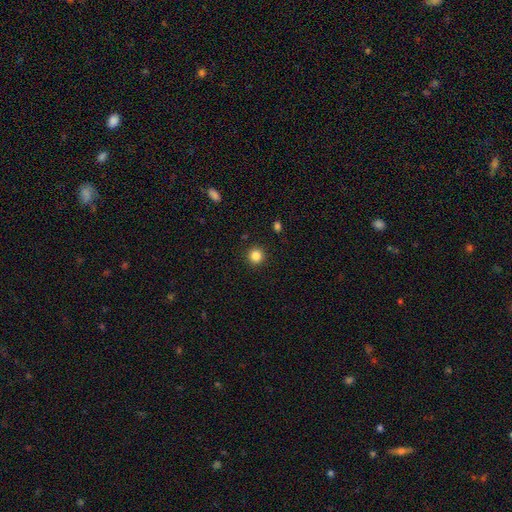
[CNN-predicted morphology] Q: Smooth or featured?
A: smooth (84%); runner-up: star or artifact (11%)
Q: How rounded?
A: round (94%); runner-up: in between (5%)
Q: Merging?
A: none (92%); runner-up: minor disturbance (5%)